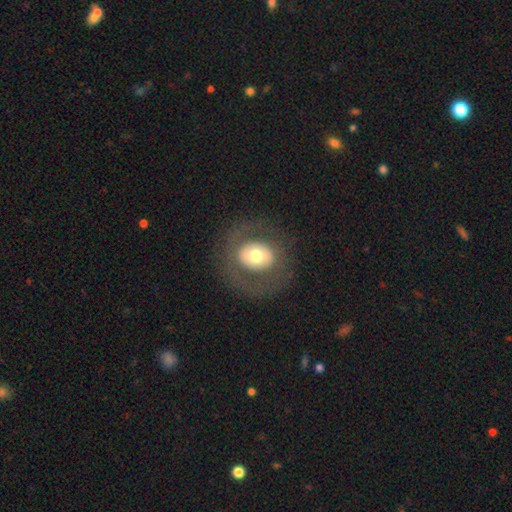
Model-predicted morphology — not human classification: Q: Smooth or featured?
A: smooth (52%); runner-up: featured or disk (39%)
Q: How rounded?
A: round (60%); runner-up: in between (39%)
Q: Merging?
A: none (78%); runner-up: major disturbance (11%)